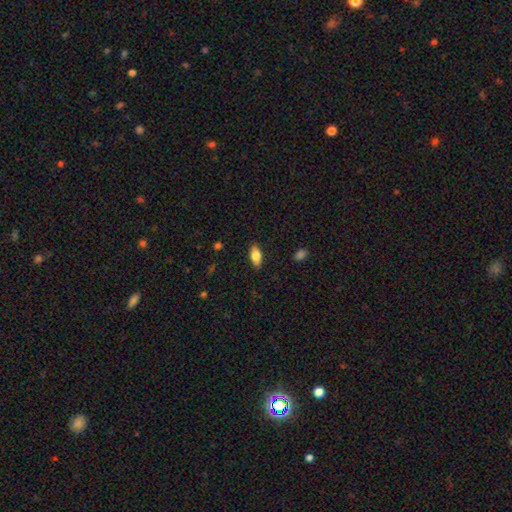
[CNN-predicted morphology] type=smooth (76%); roundness=in between (84%); merging=none (88%).